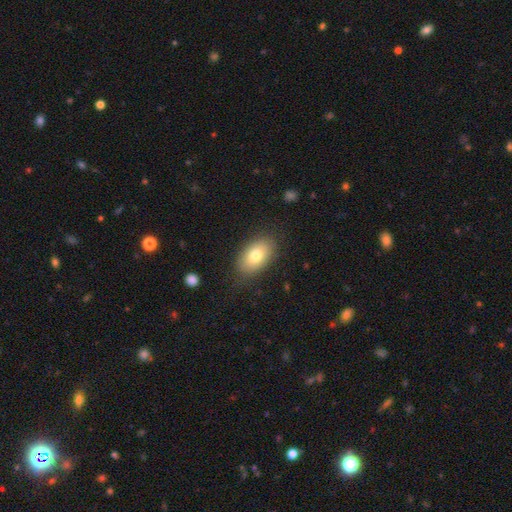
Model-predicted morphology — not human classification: Overall: smooth (77%). How rounded: in between (90%). Merging: none (83%).